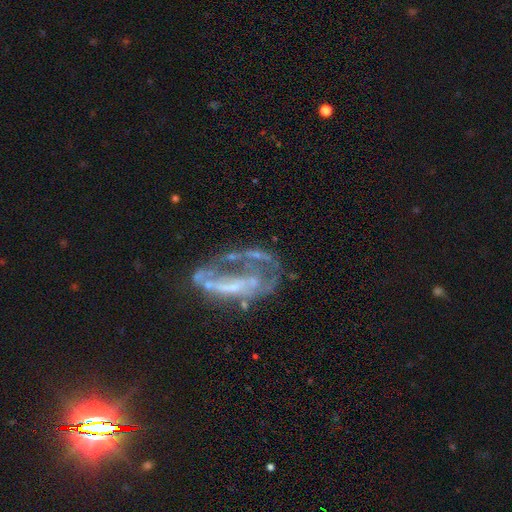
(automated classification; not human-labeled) Smooth or featured? Predicted: featured or disk (p=0.72). Edge-on disk? Predicted: no (p=0.95). Bar? Predicted: no (p=0.68). Spiral arms? Predicted: no (p=0.71). Bulge size? Predicted: none (p=0.60). Merging? Predicted: major disturbance (p=0.44).